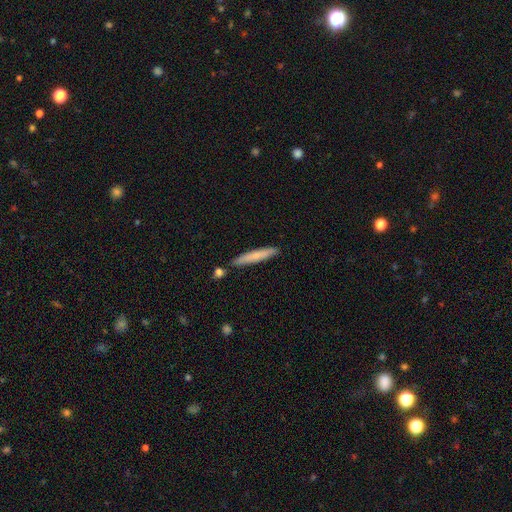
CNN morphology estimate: smooth_or_featured: smooth (p=0.71) [alt: featured or disk p=0.23]
how_rounded: cigar-shaped (p=0.95) [alt: in between p=0.04]
merging: none (p=0.84) [alt: minor disturbance p=0.10]